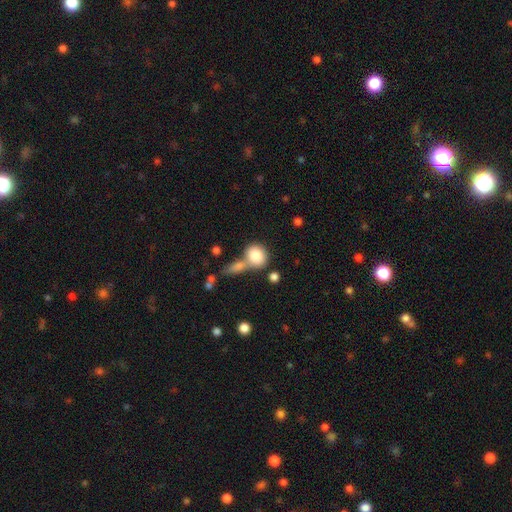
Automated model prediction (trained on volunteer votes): Smooth or featured? smooth (81%)
How rounded? round (73%)
Merging? none (45%)